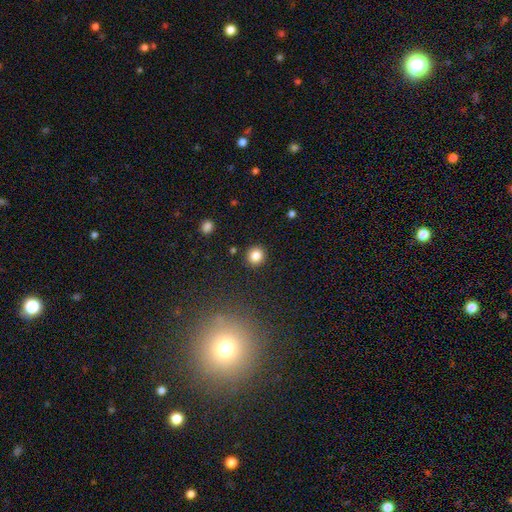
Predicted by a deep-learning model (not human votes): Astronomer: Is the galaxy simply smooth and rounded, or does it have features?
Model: smooth — 85%.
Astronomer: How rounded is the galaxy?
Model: round — 89%.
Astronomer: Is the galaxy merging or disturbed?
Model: none — 90%.